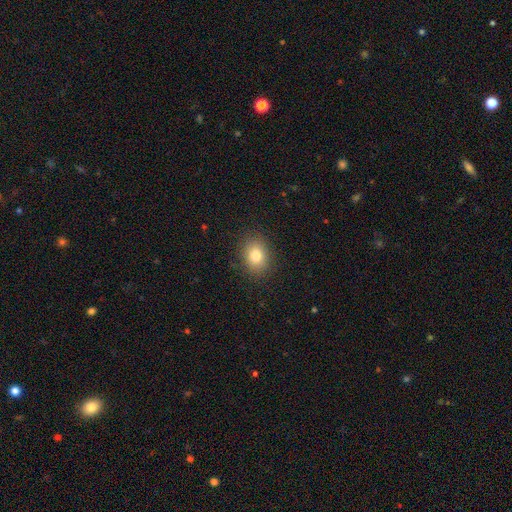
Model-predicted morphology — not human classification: smooth 81%, star or artifact 10%, featured or disk 9%. Down the decision tree: how rounded — in between (58%); merging — none (87%).